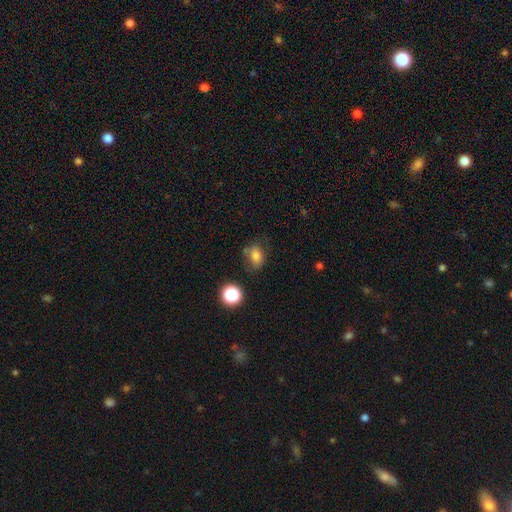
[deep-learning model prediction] A smooth galaxy with no disk features (74%) that is in between round and cigar-shaped (66%).

Vote fractions:
- Smooth or featured? smooth: 74% / star or artifact: 14% / featured or disk: 12%
- How rounded? in between: 66% / round: 32% / cigar-shaped: 2%
- Merging? none: 66% / minor disturbance: 21% / merger: 7% / major disturbance: 7%